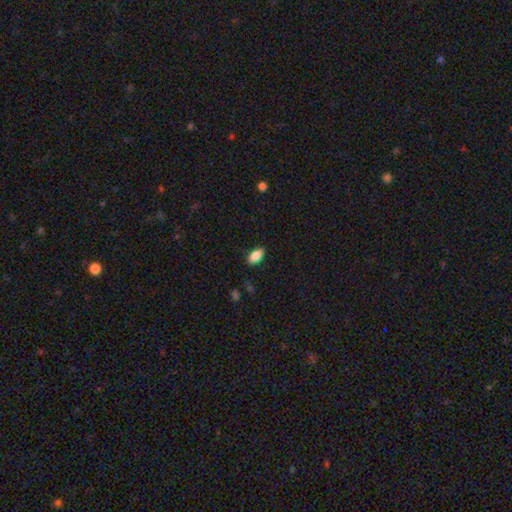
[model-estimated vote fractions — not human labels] A smooth galaxy with no disk features (86%) that is in between round and cigar-shaped (92%). Merging: none (86%).